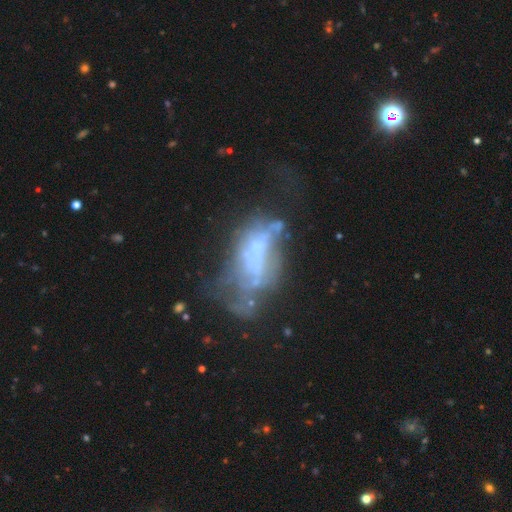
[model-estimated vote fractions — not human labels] A featured or disk galaxy (59%) with no bar (85%), no spiral arms (90%) and no central bulge (64%). Merging: major disturbance (40%).